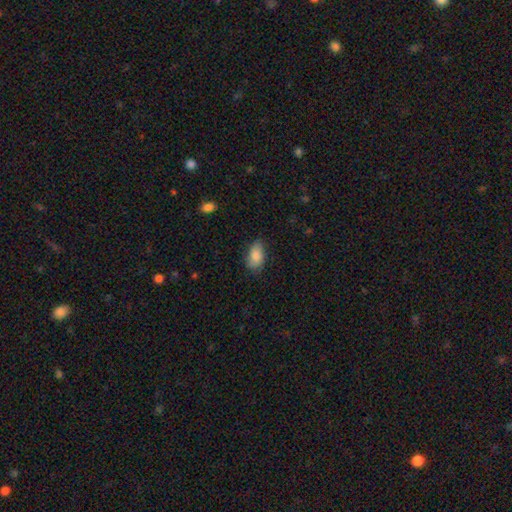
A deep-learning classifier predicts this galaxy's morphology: This appears to be a smooth galaxy with no disk features (84%) that is in between round and cigar-shaped (93%). Merging: none (74%).